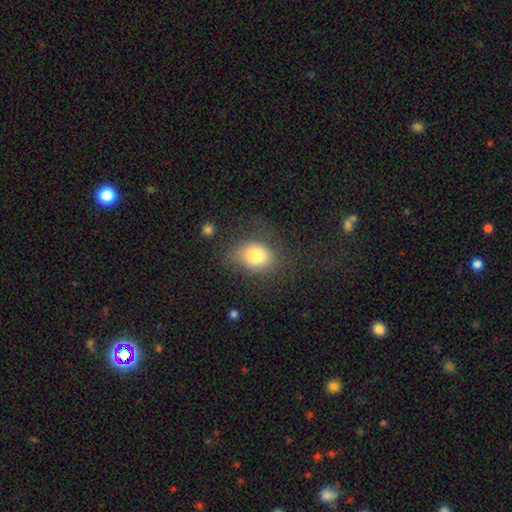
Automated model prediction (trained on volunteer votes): This appears to be a smooth galaxy with no disk features (80%) that is in between round and cigar-shaped (57%). Merging: none (60%).